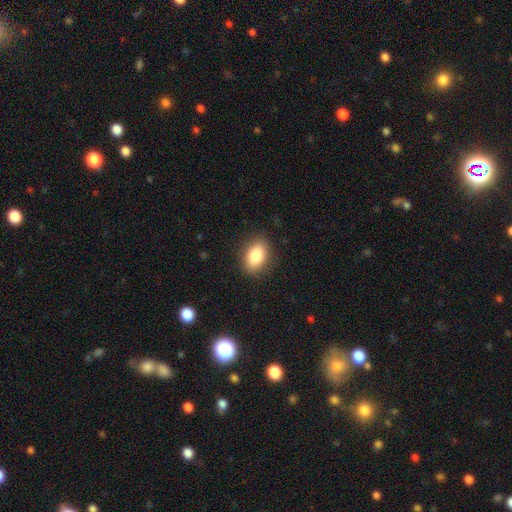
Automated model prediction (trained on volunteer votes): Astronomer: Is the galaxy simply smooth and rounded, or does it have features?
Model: smooth — 84%.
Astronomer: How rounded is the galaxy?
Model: in between — 83%.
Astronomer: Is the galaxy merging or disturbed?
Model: none — 87%.